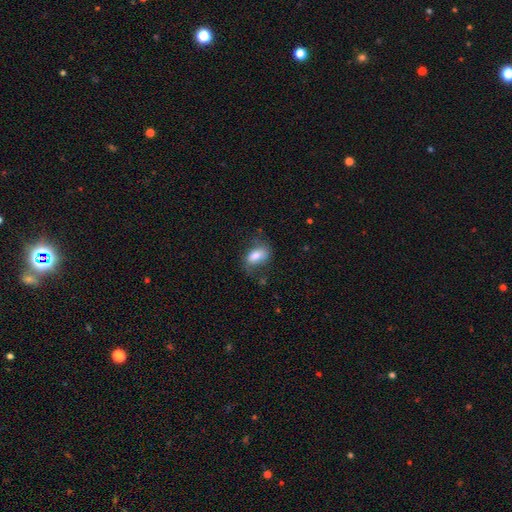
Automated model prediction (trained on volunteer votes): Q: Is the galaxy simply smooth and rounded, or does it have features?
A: smooth — 77%.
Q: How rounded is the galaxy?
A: in between — 88%.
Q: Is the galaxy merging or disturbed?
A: none — 57%.